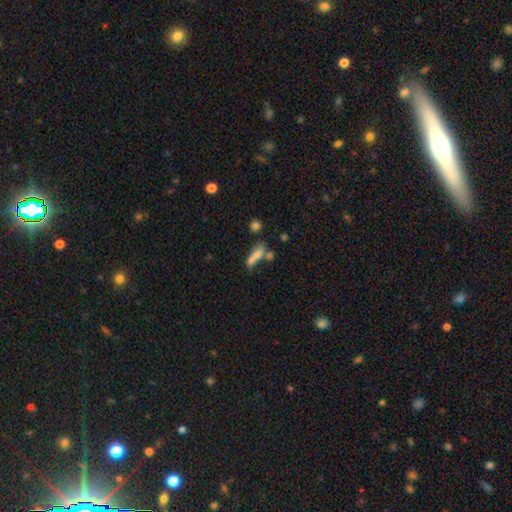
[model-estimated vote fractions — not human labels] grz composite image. It shows a smooth galaxy with no disk features (65%) that is cigar-shaped (49%). Merging: merger (38%).